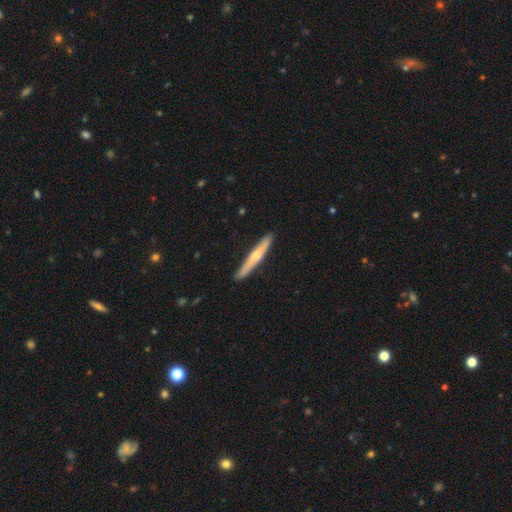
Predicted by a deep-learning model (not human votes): This is possibly a featured or disk galaxy (54%). It is clearly viewed edge-on (95%). Edge-on bulge: clearly rounded (80%). Merging: clearly none (89%).